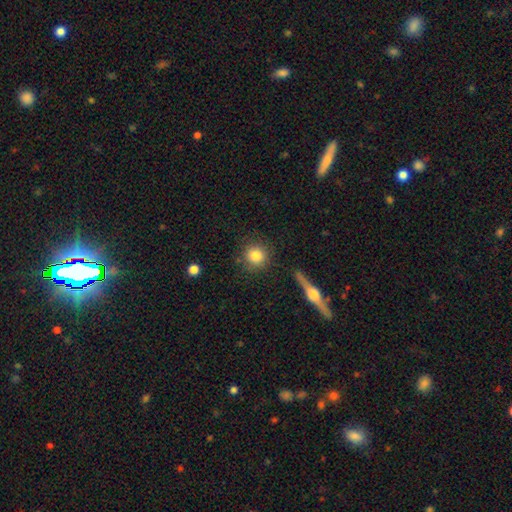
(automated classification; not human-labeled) This appears to be a smooth galaxy with no disk features (83%) that is round (90%). Merging: none (82%).